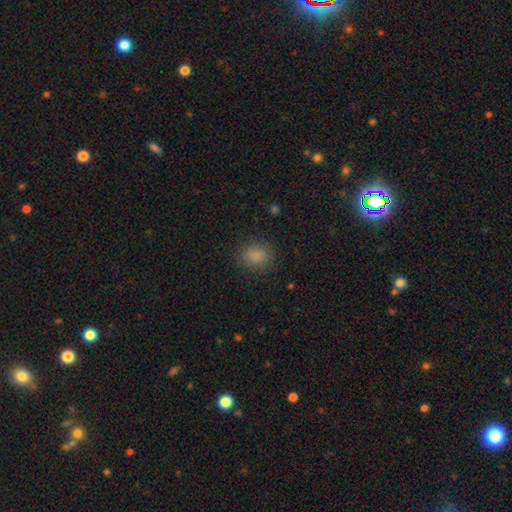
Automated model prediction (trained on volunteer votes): smooth-or-featured: smooth: 86% | star or artifact: 10% | featured or disk: 4%
  how-rounded: round: 57% | in between: 42% | cigar-shaped: 1%
  merging: none: 86% | minor disturbance: 10% | major disturbance: 3% | merger: 1%